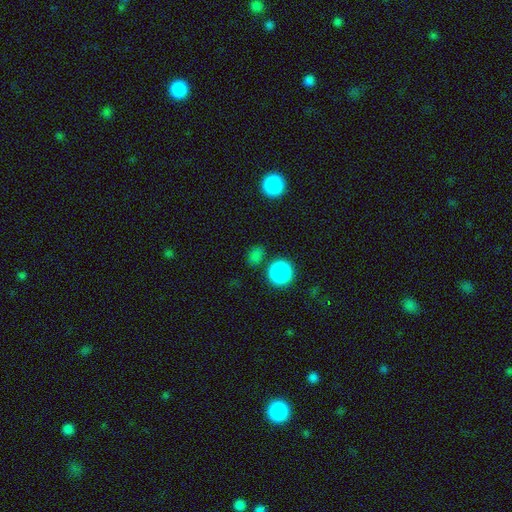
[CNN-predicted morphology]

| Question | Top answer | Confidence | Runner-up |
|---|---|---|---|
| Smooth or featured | smooth | 70% | star or artifact (25%) |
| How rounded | round | 64% | in between (34%) |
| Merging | none | 80% | minor disturbance (11%) |